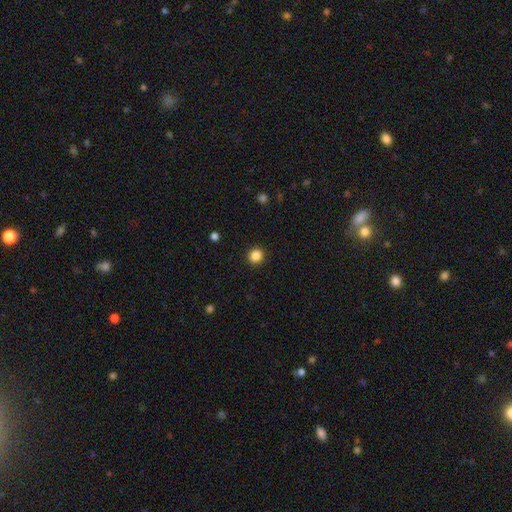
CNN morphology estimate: Smooth or featured: smooth — 85% (star or artifact — 11%)
How rounded: round — 88% (in between — 11%)
Merging: none — 92% (minor disturbance — 5%)